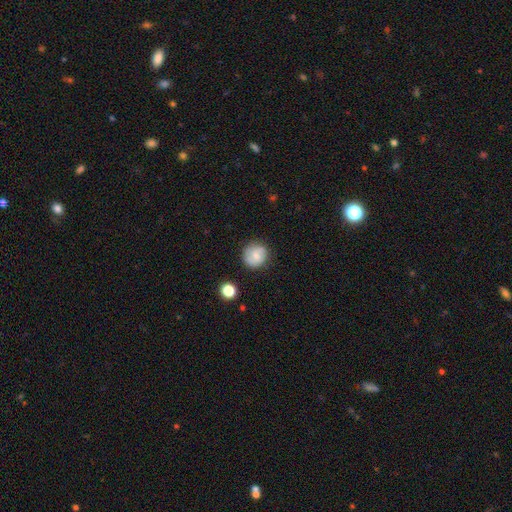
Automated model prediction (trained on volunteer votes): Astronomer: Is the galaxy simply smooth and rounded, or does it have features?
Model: smooth — 56% (runner-up: featured or disk, 35%).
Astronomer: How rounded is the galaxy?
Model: round — 88%.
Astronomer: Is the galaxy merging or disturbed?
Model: none — 79%.